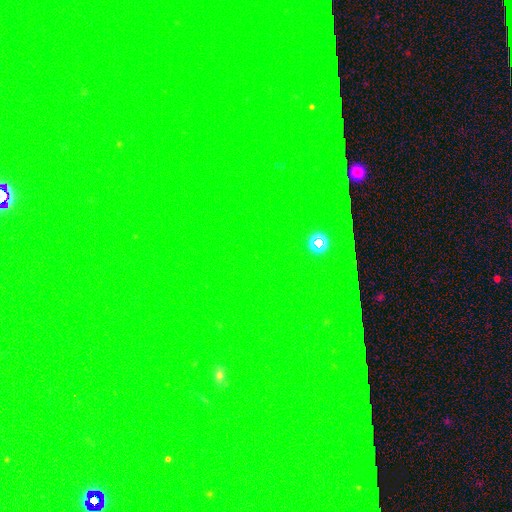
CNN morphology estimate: Smooth or featured: star or artifact — 79% (smooth — 11%)